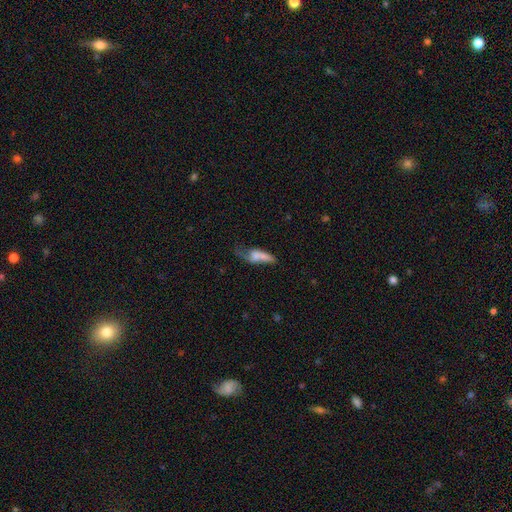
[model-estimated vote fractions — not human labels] This appears to be a smooth galaxy with no disk features (47%). Merging: major disturbance (31%).